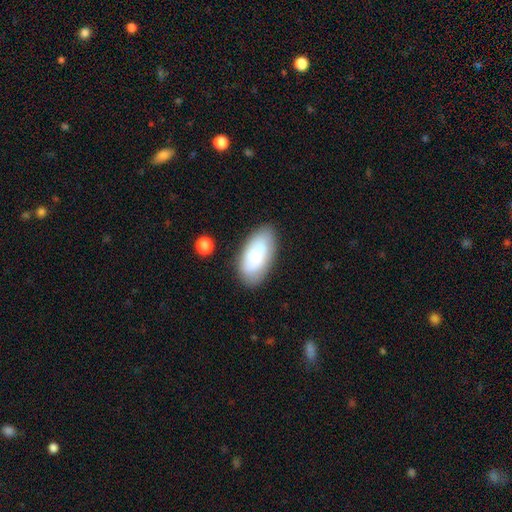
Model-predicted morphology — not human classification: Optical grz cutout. It shows a smooth galaxy with no disk features (74%) that is in between round and cigar-shaped (93%). Merging: none (75%).